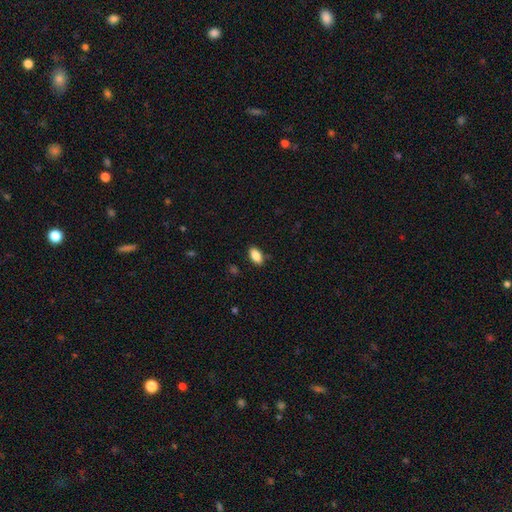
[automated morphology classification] A smooth galaxy with no disk features (86%) that is in between round and cigar-shaped (91%).

Vote fractions:
- Smooth or featured? smooth: 86% / star or artifact: 8% / featured or disk: 6%
- How rounded? in between: 91% / cigar-shaped: 5% / round: 4%
- Merging? none: 85% / minor disturbance: 11% / major disturbance: 2% / merger: 1%